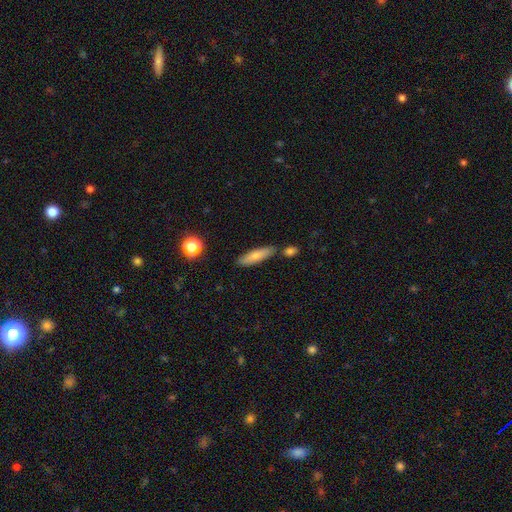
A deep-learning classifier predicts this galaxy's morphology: This appears to be a smooth galaxy with no disk features (78%) that is cigar-shaped (60%). Merging: none (76%).